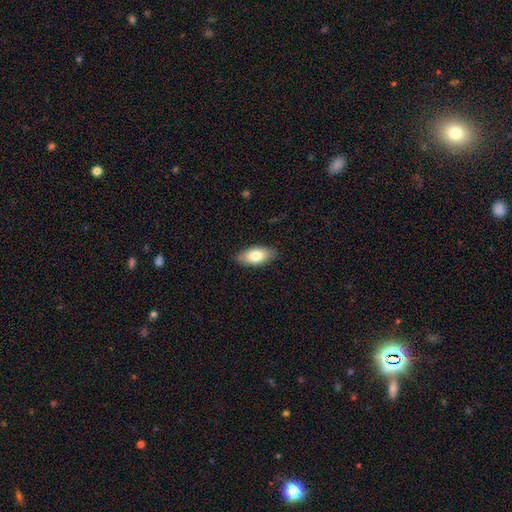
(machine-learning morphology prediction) type=smooth (80%); roundness=in between (91%); merging=none (86%).